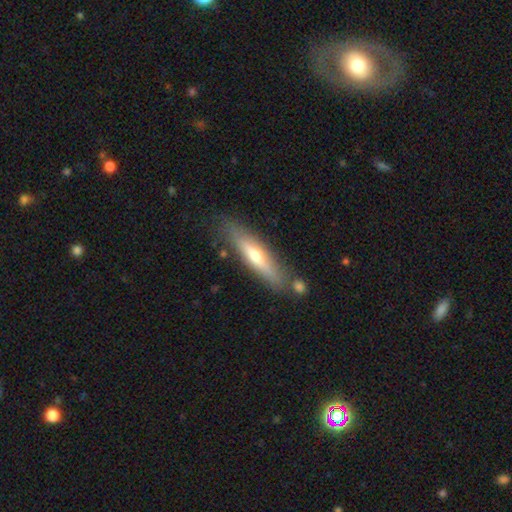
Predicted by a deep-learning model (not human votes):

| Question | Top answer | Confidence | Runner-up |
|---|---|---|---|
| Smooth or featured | featured or disk | 49% | smooth (45%) |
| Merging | none | 77% | minor disturbance (13%) |